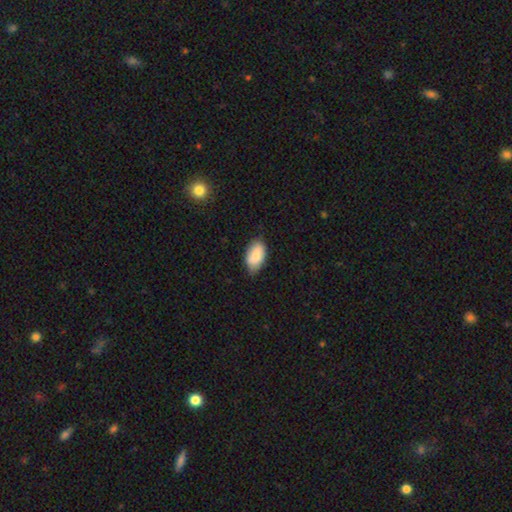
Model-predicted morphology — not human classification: Q: Smooth or featured?
A: smooth (84%); runner-up: featured or disk (10%)
Q: How rounded?
A: in between (94%); runner-up: round (4%)
Q: Merging?
A: none (73%); runner-up: minor disturbance (23%)